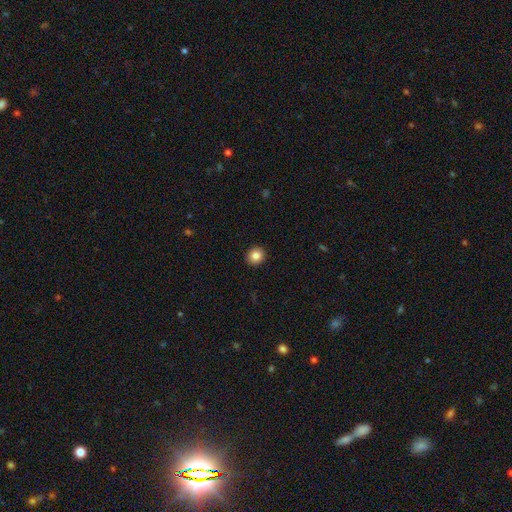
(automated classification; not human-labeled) smooth-or-featured: smooth: 85% | star or artifact: 9% | featured or disk: 6%
  how-rounded: round: 84% | in between: 15% | cigar-shaped: 1%
  merging: none: 92% | minor disturbance: 5% | major disturbance: 2% | merger: 1%